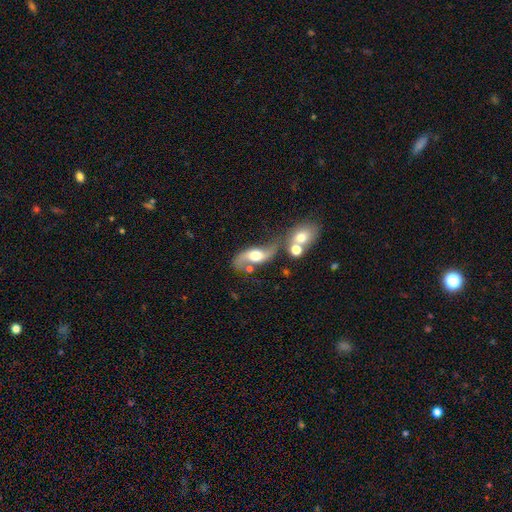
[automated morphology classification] Smooth or featured?
  - featured or disk: 71% *
  - smooth: 22%
  - star or artifact: 7%
Edge-on disk?
  - no: 90% *
  - yes: 10%
Bar?
  - no: 63% *
  - weak: 27%
  - strong: 10%
Spiral arms?
  - yes: 86% *
  - no: 14%
Spiral winding?
  - loose: 87% *
  - medium: 10%
  - tight: 3%
Spiral arm count?
  - 2: 92% *
  - 1: 3%
  - can't tell: 3%
  - 3: 1%
  - 4: 1%
  - more than 4: 1%
Bulge size?
  - moderate: 56% *
  - large: 32%
  - small: 6%
  - dominant: 4%
  - none: 2%
Merging?
  - none: 46% *
  - merger: 23%
  - minor disturbance: 18%
  - major disturbance: 13%